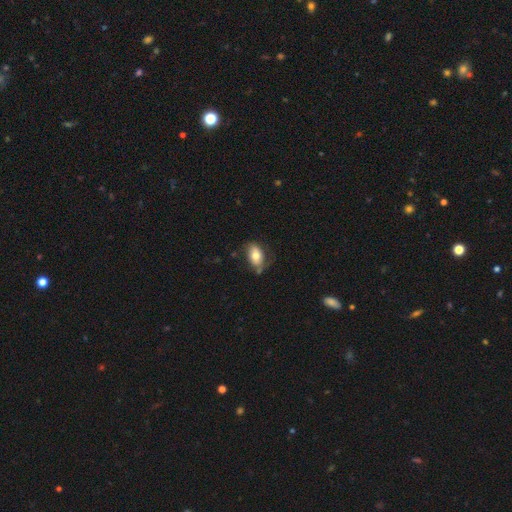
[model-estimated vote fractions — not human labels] Smooth or featured?
  - smooth: 72% *
  - featured or disk: 21%
  - star or artifact: 7%
How rounded?
  - in between: 90% *
  - round: 8%
  - cigar-shaped: 2%
Merging?
  - none: 54% *
  - minor disturbance: 29%
  - major disturbance: 12%
  - merger: 5%